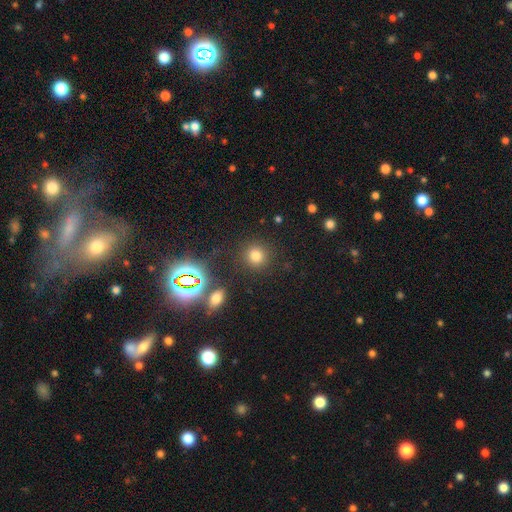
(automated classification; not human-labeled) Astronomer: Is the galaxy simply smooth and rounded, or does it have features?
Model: smooth — 73%.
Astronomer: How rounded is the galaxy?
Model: round — 90%.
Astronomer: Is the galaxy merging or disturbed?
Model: none — 88%.